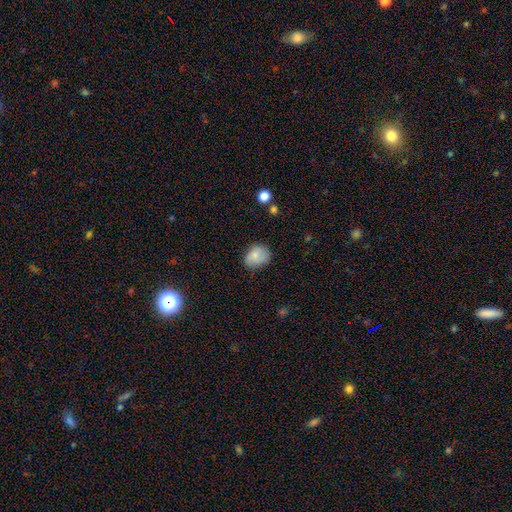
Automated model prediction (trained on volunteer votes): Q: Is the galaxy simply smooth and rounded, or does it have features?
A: smooth — 71%.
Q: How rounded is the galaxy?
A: round — 50%.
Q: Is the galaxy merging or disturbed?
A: none — 69%.